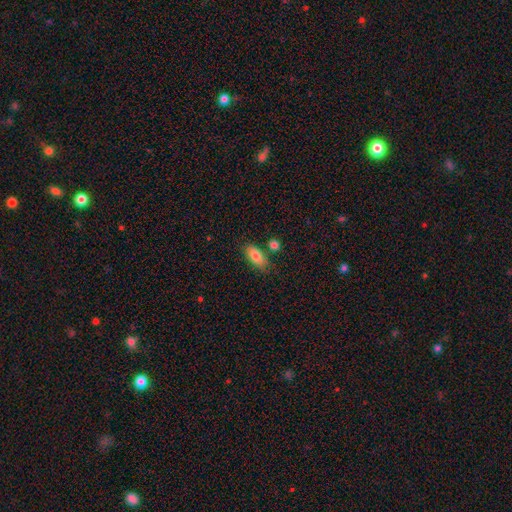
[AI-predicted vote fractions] This is clearly a smooth galaxy (82%). How rounded: clearly in between (85%). Merging: likely none (74%).